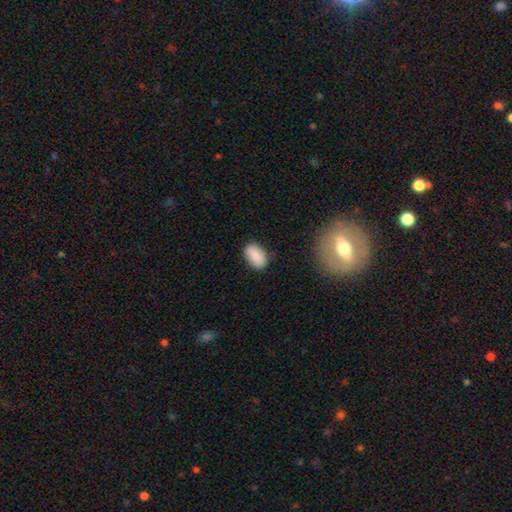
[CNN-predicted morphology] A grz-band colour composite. It shows a smooth galaxy with no disk features (82%) that is in between round and cigar-shaped (89%). Merging: none (80%).